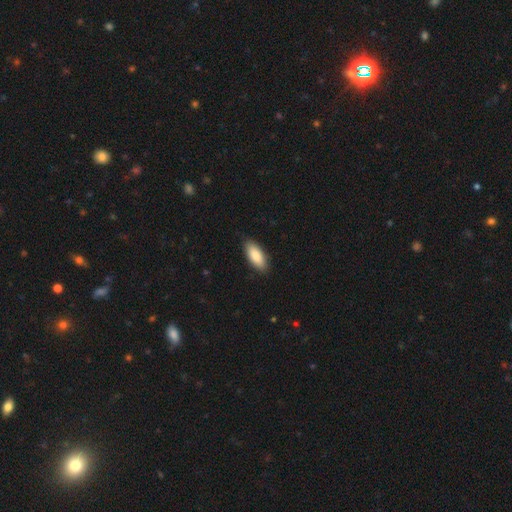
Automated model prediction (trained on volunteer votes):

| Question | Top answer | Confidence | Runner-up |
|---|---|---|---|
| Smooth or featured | smooth | 86% | featured or disk (8%) |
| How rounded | in between | 83% | cigar-shaped (16%) |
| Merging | none | 88% | minor disturbance (10%) |